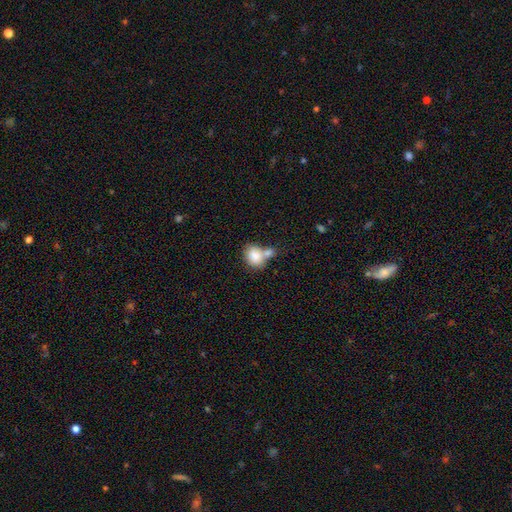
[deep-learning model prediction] The model was most divided on "how rounded": in between: 55%, round: 44%, cigar-shaped: 1%. Remaining: smooth or featured — smooth (83%); merging — merger (49%).